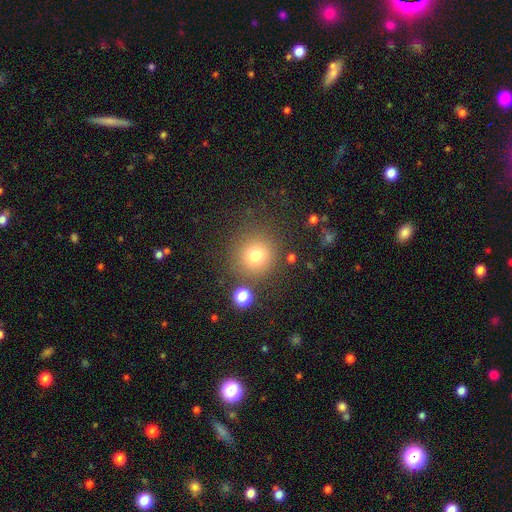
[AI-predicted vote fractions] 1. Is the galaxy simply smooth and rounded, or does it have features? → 75% smooth, 15% star or artifact, 9% featured or disk.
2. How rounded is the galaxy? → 93% round, 6% in between, 1% cigar-shaped.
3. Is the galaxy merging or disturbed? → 82% none, 9% minor disturbance, 5% merger, 4% major disturbance.